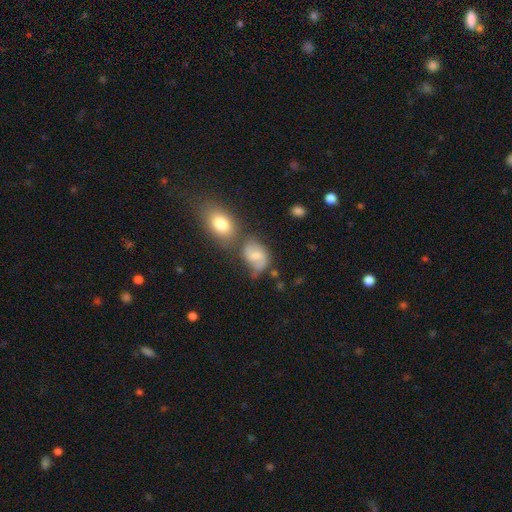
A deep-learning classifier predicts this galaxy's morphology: This appears to be a featured or disk galaxy (50%). Merging: none (45%).